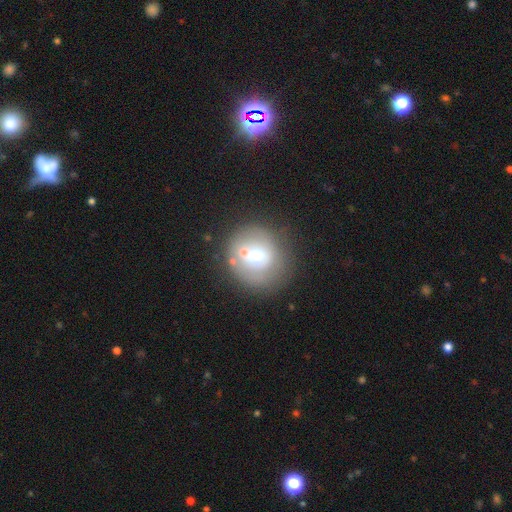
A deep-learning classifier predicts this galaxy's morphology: smooth-or-featured: smooth: 56% | featured or disk: 32% | star or artifact: 12%
  how-rounded: round: 89% | in between: 10% | cigar-shaped: 1%
  merging: none: 59% | merger: 19% | minor disturbance: 14% | major disturbance: 8%